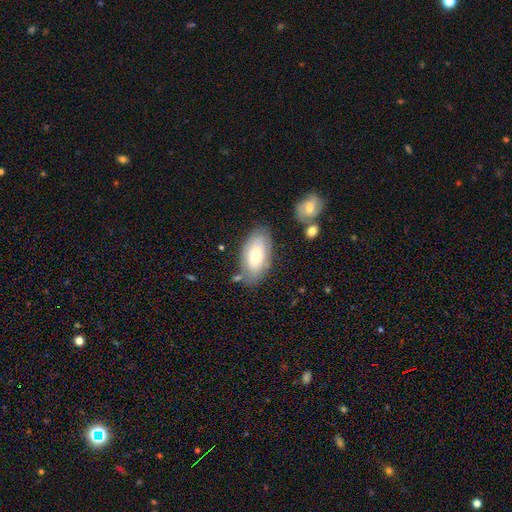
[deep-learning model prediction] This is likely a smooth galaxy (67%). How rounded: clearly in between (94%). Merging: likely none (74%).